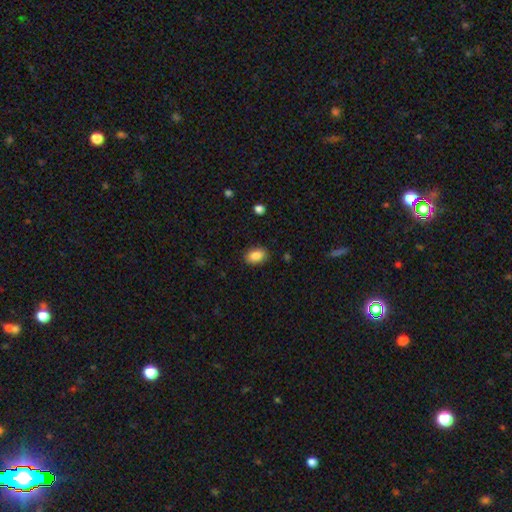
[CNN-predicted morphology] The model was most divided on "how rounded": in between: 87%, round: 11%, cigar-shaped: 2%. More confident: smooth or featured — smooth (87%); merging — none (87%).